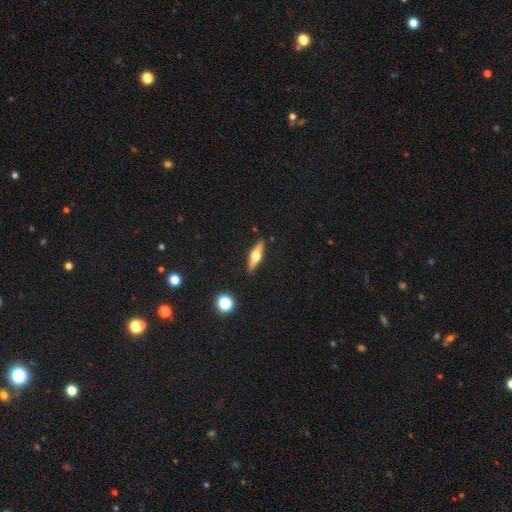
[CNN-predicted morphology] The model was most divided on "smooth or featured": featured or disk: 61%, smooth: 33%, star or artifact: 7%. More confident: edge-on bulge — rounded (95%); edge-on disk — yes (94%); merging — none (89%).